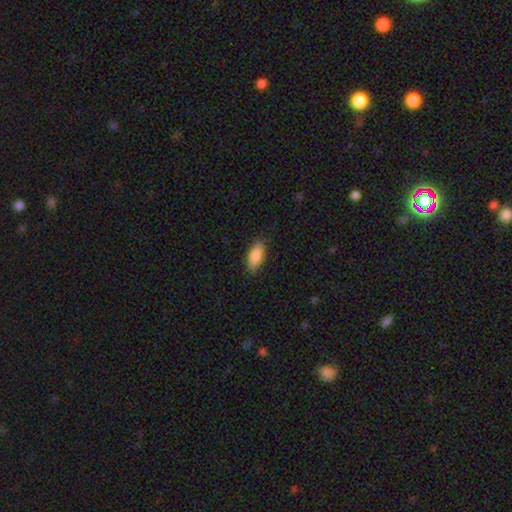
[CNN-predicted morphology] smooth_or_featured: smooth (p=0.86) [alt: featured or disk p=0.08]
how_rounded: in between (p=0.80) [alt: cigar-shaped p=0.17]
merging: none (p=0.86) [alt: minor disturbance p=0.11]